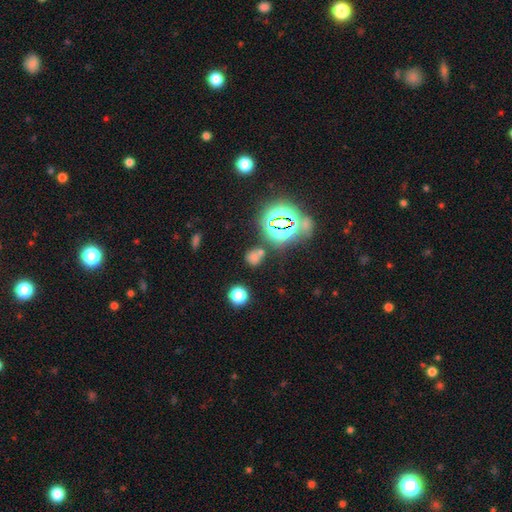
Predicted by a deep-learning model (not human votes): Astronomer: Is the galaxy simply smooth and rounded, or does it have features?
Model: smooth — 54% (runner-up: star or artifact, 37%).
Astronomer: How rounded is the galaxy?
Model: round — 68%.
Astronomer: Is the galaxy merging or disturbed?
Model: none — 61%.